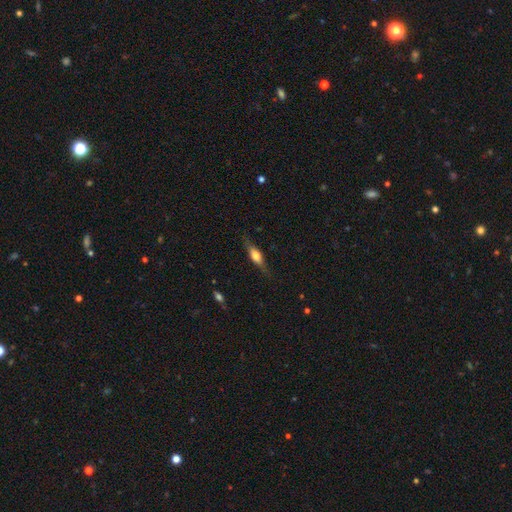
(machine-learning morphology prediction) Smooth or featured?
  - featured or disk: 53% *
  - smooth: 40%
  - star or artifact: 7%
Edge-on disk?
  - yes: 93% *
  - no: 7%
Merging?
  - none: 78% *
  - minor disturbance: 16%
  - major disturbance: 5%
  - merger: 1%